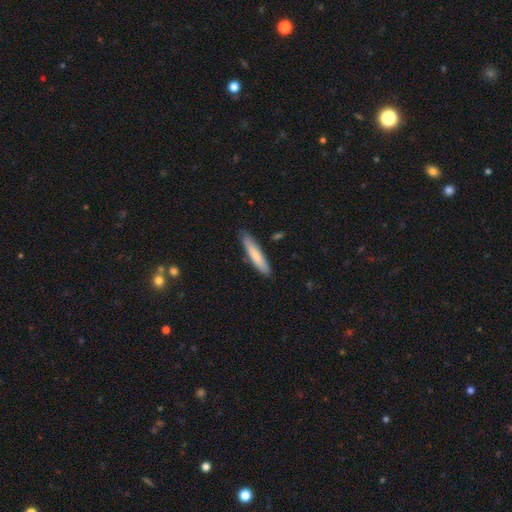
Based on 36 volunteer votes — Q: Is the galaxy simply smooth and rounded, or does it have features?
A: smooth — 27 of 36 (75%).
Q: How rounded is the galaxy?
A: cigar-shaped — 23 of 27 (85%).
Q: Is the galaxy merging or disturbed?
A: none — 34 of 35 (97%).